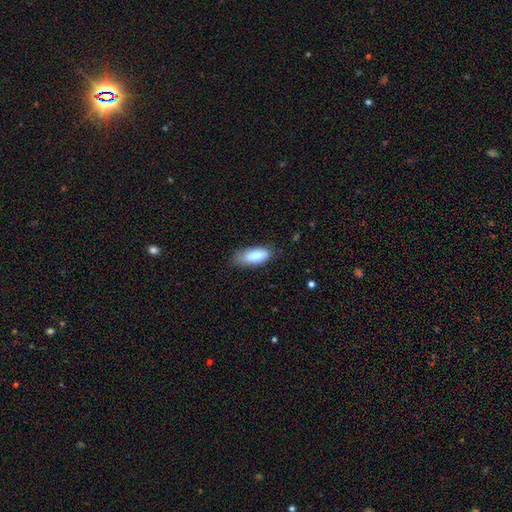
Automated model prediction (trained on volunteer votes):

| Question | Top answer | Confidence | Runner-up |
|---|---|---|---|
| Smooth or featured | smooth | 83% | featured or disk (10%) |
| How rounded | in between | 80% | cigar-shaped (18%) |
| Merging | none | 69% | minor disturbance (24%) |